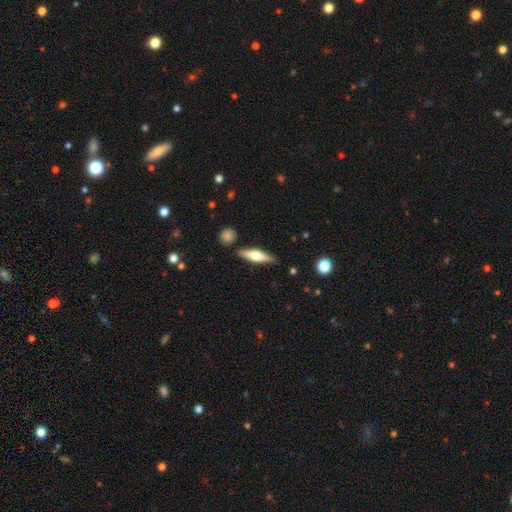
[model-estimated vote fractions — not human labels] This appears to be a featured or disk galaxy (49%). Merging: none (85%).